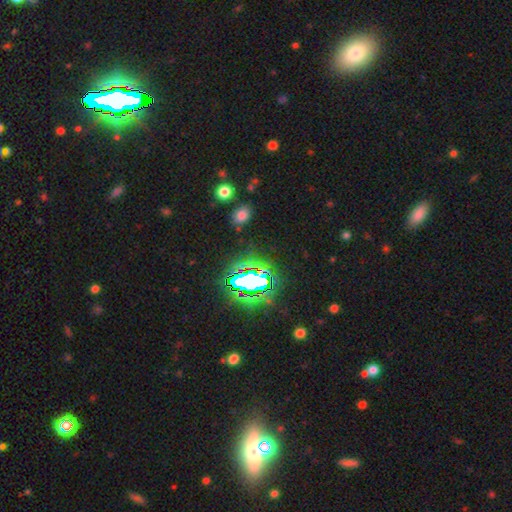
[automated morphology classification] This appears to be a star or artifact, not a galaxy (80%).